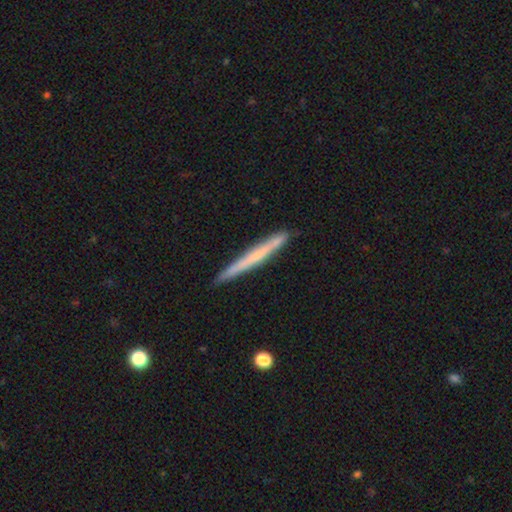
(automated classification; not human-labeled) smooth-or-featured: smooth: 49% | featured or disk: 45% | star or artifact: 6%
  merging: none: 89% | minor disturbance: 9% | major disturbance: 1% | merger: 1%